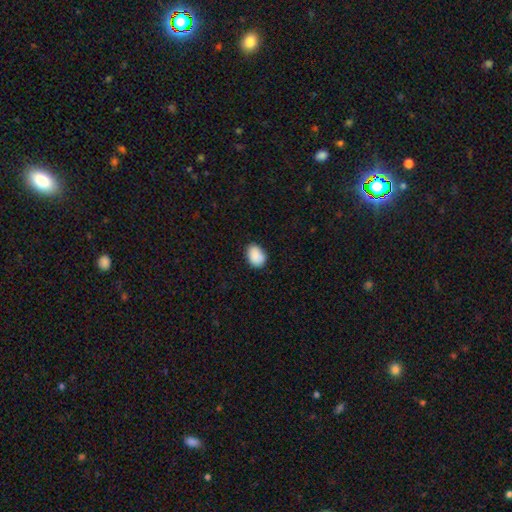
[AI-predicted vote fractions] Q: Smooth or featured?
A: smooth (90%); runner-up: star or artifact (7%)
Q: How rounded?
A: in between (77%); runner-up: round (22%)
Q: Merging?
A: none (83%); runner-up: minor disturbance (14%)